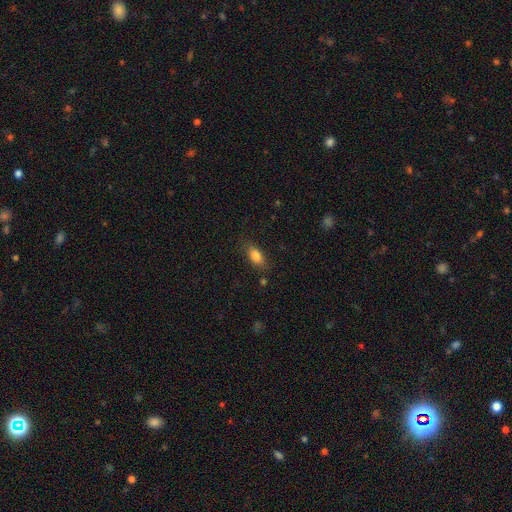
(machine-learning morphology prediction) smooth-or-featured: smooth: 83% | featured or disk: 9% | star or artifact: 8%
  how-rounded: in between: 85% | cigar-shaped: 9% | round: 6%
  merging: none: 80% | minor disturbance: 15% | major disturbance: 4% | merger: 2%